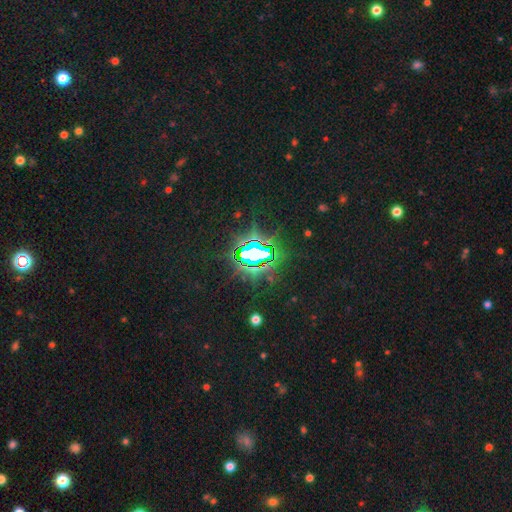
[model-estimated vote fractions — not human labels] star or artifact 83%, smooth 11%, featured or disk 7%.